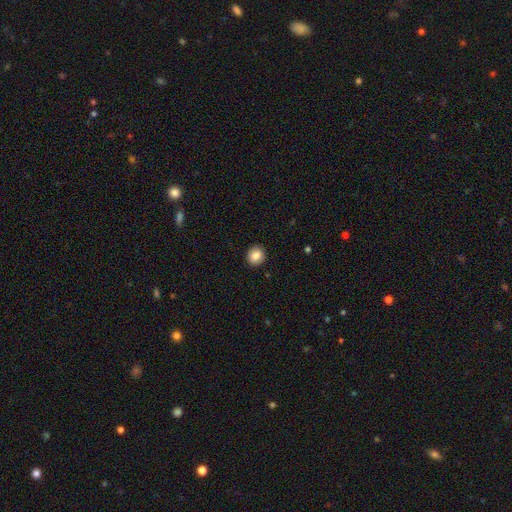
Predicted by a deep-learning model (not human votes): smooth 85%, star or artifact 9%, featured or disk 7%. Down the decision tree: how rounded — round (85%); merging — none (92%).